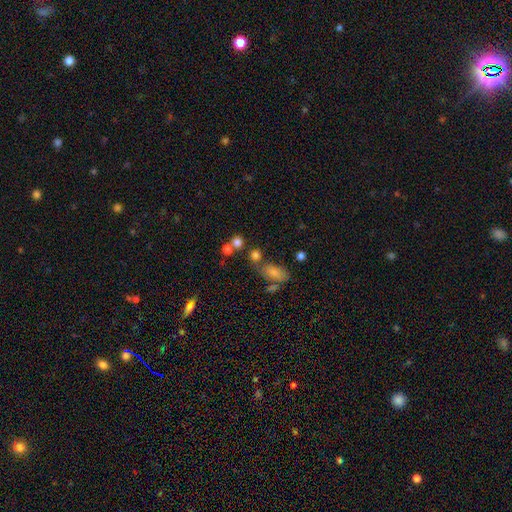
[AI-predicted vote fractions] smooth_or_featured: smooth (p=0.76) [alt: star or artifact p=0.15]
how_rounded: round (p=0.67) [alt: in between p=0.30]
merging: none (p=0.56) [alt: merger p=0.26]